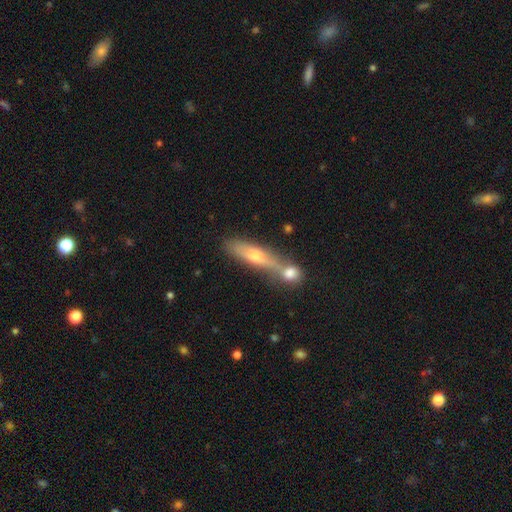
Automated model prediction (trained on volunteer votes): This appears to be a smooth galaxy with no disk features (53%) that is cigar-shaped (66%). Merging: none (42%).